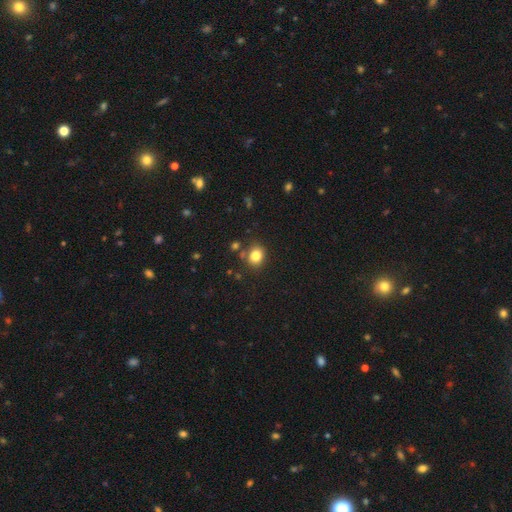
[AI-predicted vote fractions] Overall: smooth (82%). How rounded: round (64%; in between 35%). Merging: none (77%).